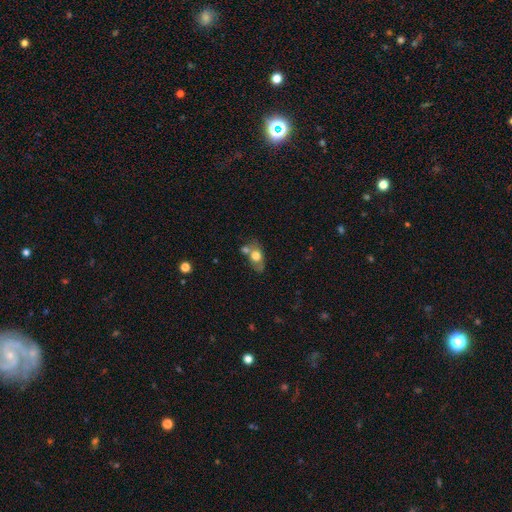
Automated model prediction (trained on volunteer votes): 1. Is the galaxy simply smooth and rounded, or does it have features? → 66% smooth, 25% featured or disk, 9% star or artifact.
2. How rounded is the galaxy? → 71% in between, 25% round, 4% cigar-shaped.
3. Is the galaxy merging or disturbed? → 48% none, 26% merger, 19% minor disturbance, 7% major disturbance.